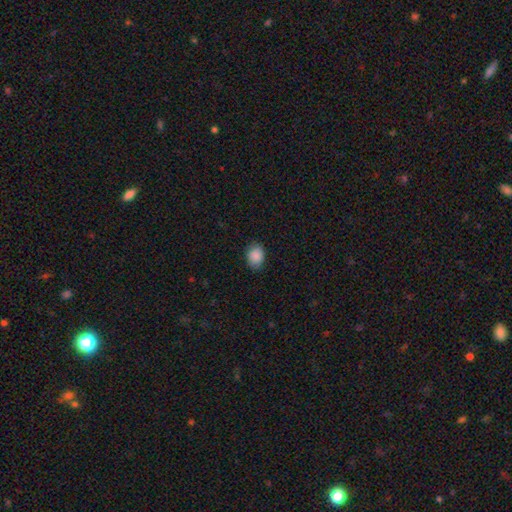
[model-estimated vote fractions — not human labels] A smooth galaxy with no disk features (89%) that is in between round and cigar-shaped (67%).

Vote fractions:
- Smooth or featured? smooth: 89% / star or artifact: 7% / featured or disk: 3%
- How rounded? in between: 67% / round: 32% / cigar-shaped: 1%
- Merging? none: 83% / minor disturbance: 13% / major disturbance: 3% / merger: 1%